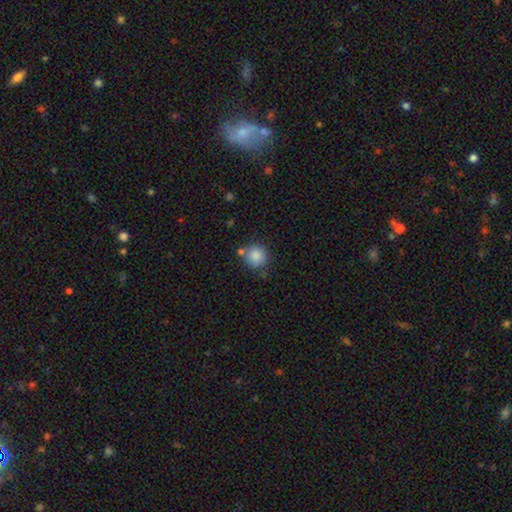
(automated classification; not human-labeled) This appears to be a smooth galaxy with no disk features (86%) that is round (92%). Merging: none (73%).